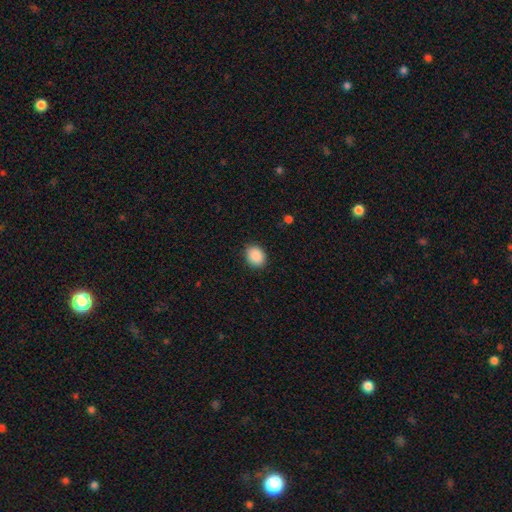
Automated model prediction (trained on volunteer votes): Morphology: type=smooth (90%); roundness=in between (56%); merging=none (88%).